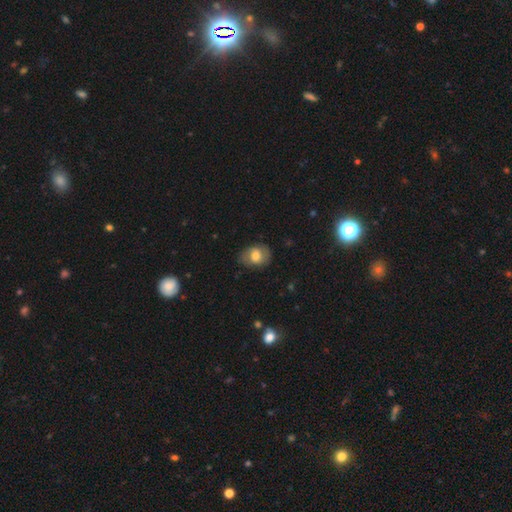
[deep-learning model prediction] The model was most divided on "how rounded": in between: 62%, round: 37%, cigar-shaped: 1%. More confident: merging — none (73%); smooth or featured — smooth (64%).